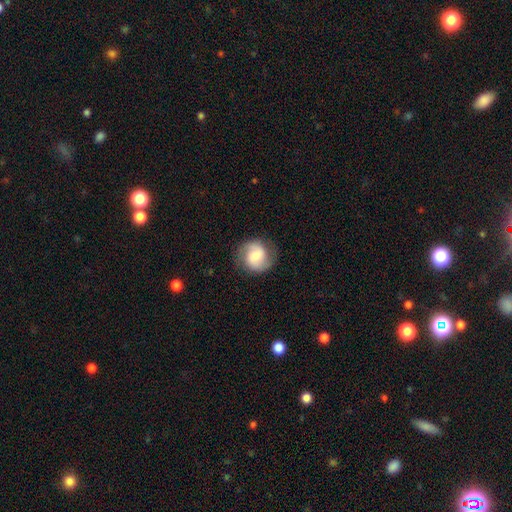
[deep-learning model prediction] Smooth or featured?
  - featured or disk: 56% *
  - smooth: 37%
  - star or artifact: 8%
Edge-on disk?
  - no: 98% *
  - yes: 2%
Bar?
  - weak: 46% *
  - no: 38%
  - strong: 16%
Spiral arms?
  - yes: 90% *
  - no: 10%
Bulge size?
  - moderate: 43% *
  - small: 34%
  - large: 14%
  - none: 7%
  - dominant: 3%
Merging?
  - none: 80% *
  - minor disturbance: 13%
  - major disturbance: 5%
  - merger: 1%